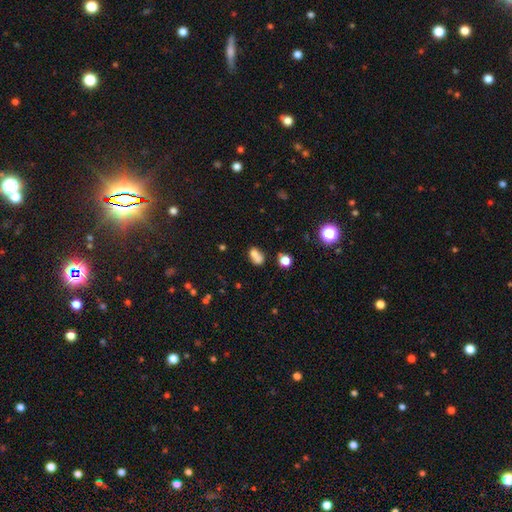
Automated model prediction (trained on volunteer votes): Smooth or featured?
  - smooth: 71% *
  - star or artifact: 15%
  - featured or disk: 14%
How rounded?
  - in between: 68% *
  - round: 30%
  - cigar-shaped: 3%
Merging?
  - merger: 45% *
  - none: 34%
  - minor disturbance: 13%
  - major disturbance: 8%